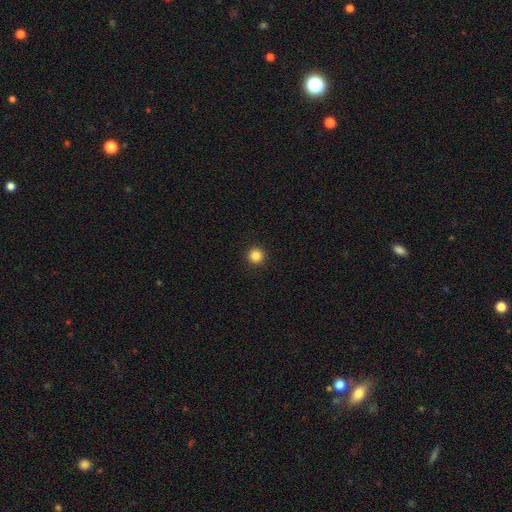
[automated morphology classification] smooth 85%, star or artifact 11%, featured or disk 4%. Down the decision tree: how rounded — round (96%); merging — none (94%).